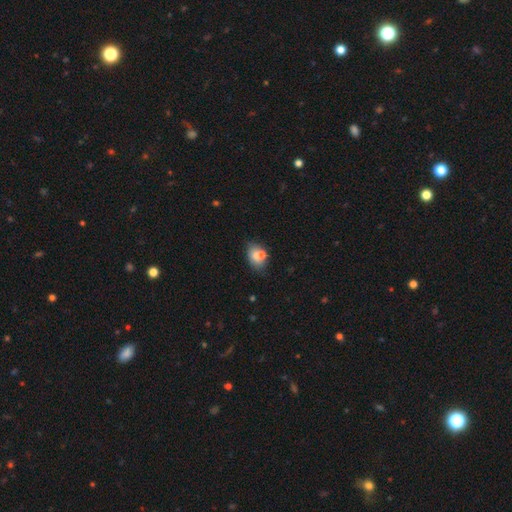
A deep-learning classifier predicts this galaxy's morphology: smooth_or_featured: smooth (p=0.69) [alt: featured or disk p=0.20]
how_rounded: in between (p=0.71) [alt: round p=0.27]
merging: none (p=0.56) [alt: minor disturbance p=0.20]